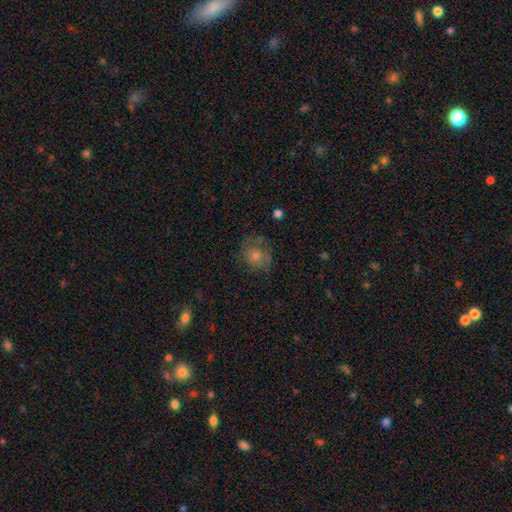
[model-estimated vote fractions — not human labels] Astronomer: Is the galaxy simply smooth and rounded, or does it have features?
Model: smooth — 46% (runner-up: featured or disk, 37%).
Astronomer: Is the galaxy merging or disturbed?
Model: none — 70%.